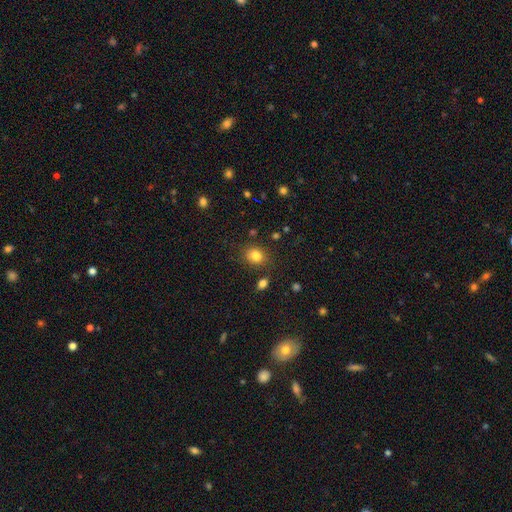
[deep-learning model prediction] smooth-or-featured: smooth: 82% | star or artifact: 11% | featured or disk: 7%
  how-rounded: round: 54% | in between: 45% | cigar-shaped: 1%
  merging: none: 80% | minor disturbance: 12% | merger: 4% | major disturbance: 4%